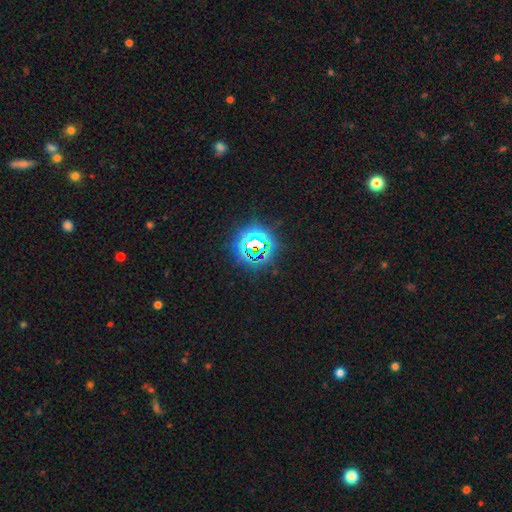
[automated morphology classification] A star or artifact, not a galaxy (79%).